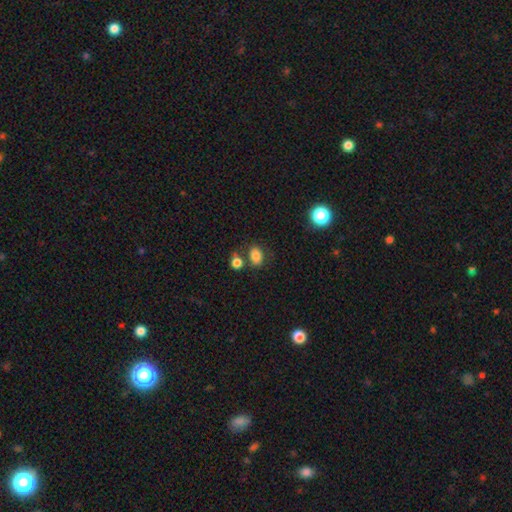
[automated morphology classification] Overall: smooth (80%). How rounded: in between (70%). Merging: none (57%; merger 21%).